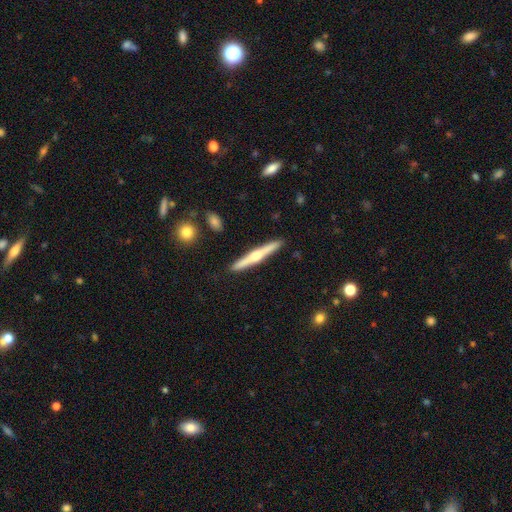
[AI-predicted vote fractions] A featured or disk galaxy (70%) viewed edge-on (98%) with a rounded central bulge (88%).

Vote fractions:
- Smooth or featured? featured or disk: 70% / smooth: 24% / star or artifact: 6%
- Edge-on disk? yes: 98% / no: 2%
- Edge-on bulge? rounded: 88% / none: 7% / boxy: 5%
- Merging? none: 91% / minor disturbance: 6% / merger: 1% / major disturbance: 1%